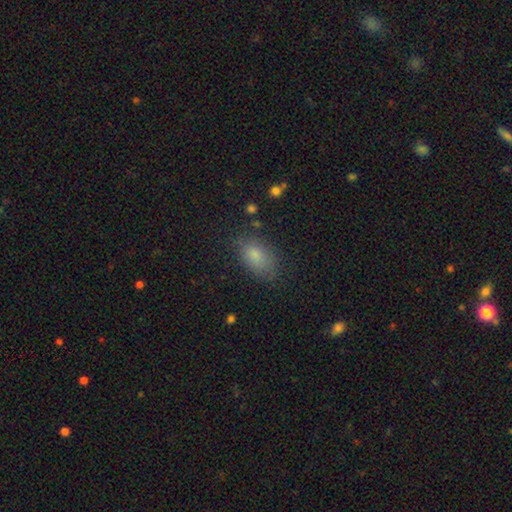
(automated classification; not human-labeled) This is clearly a smooth galaxy (81%). How rounded: clearly in between (88%). Merging: likely none (74%).